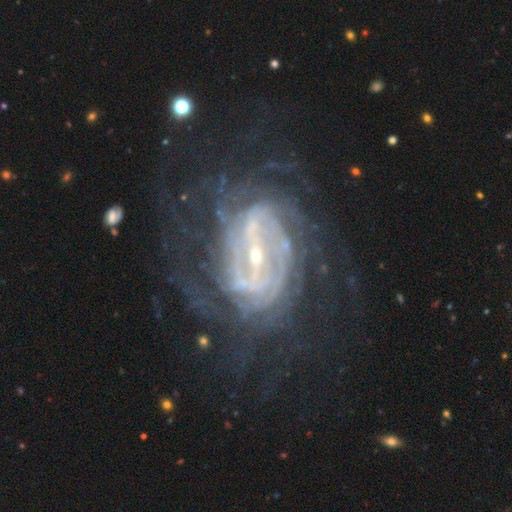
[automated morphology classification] smooth-or-featured: featured or disk: 89% | star or artifact: 7% | smooth: 4%
  disk-edge-on: no: 95% | yes: 5%
    bar: strong: 61% | weak: 28% | no: 11%
    has-spiral-arms: yes: 95% | no: 5%
      spiral-winding: tight: 61% | medium: 29% | loose: 10%
      spiral-arm-count: can't tell: 33% | 2: 23% | 4: 14% | 3: 12% | more than 4: 11% | 1: 8%
    bulge-size: small: 77% | moderate: 19% | large: 2% | none: 2% | dominant: 1%
  merging: none: 65% | major disturbance: 17% | minor disturbance: 16% | merger: 2%